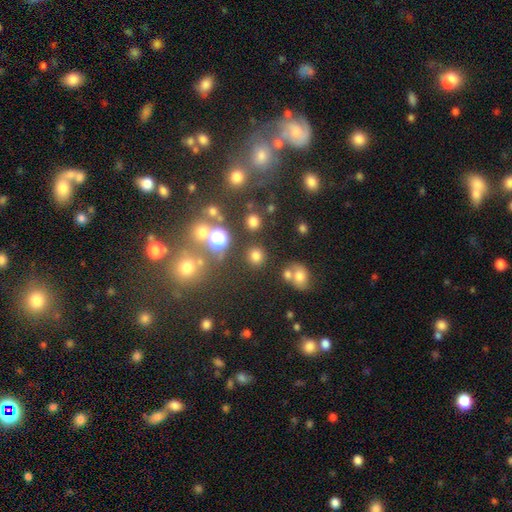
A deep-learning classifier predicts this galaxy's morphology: smooth_or_featured: smooth (p=0.74) [alt: star or artifact p=0.20]
how_rounded: round (p=0.88) [alt: in between p=0.11]
merging: none (p=0.81) [alt: minor disturbance p=0.08]